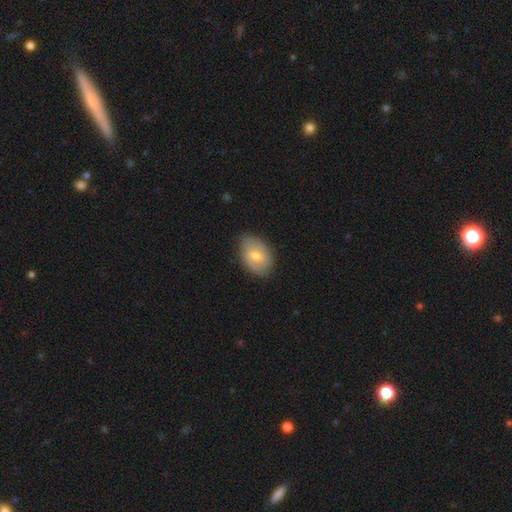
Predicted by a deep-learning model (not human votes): The model was most divided on "smooth or featured": smooth: 66%, featured or disk: 27%, star or artifact: 7%. More confident: how rounded — in between (81%); merging — none (78%).